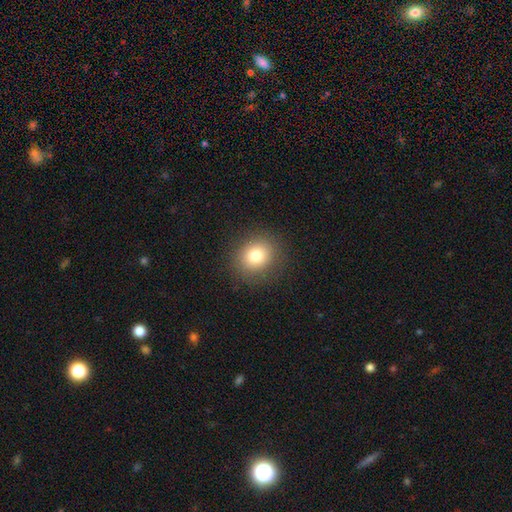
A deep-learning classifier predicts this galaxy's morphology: This is likely a smooth galaxy (80%). How rounded: likely round (77%). Merging: clearly none (88%).